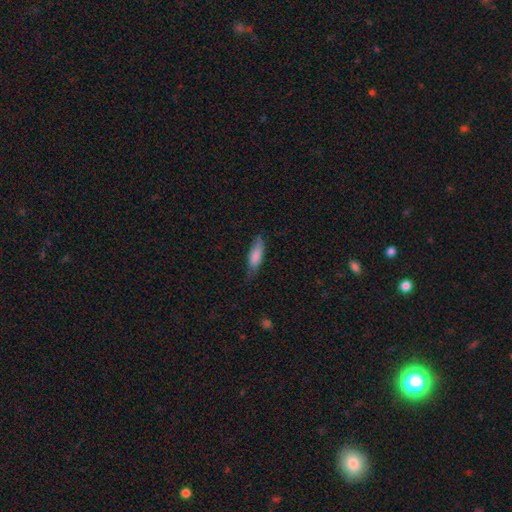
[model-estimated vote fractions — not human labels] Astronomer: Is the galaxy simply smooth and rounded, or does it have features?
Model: smooth — 81%.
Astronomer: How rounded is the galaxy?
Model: in between — 52% (runner-up: cigar-shaped, 46%).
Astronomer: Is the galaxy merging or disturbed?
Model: none — 67%.